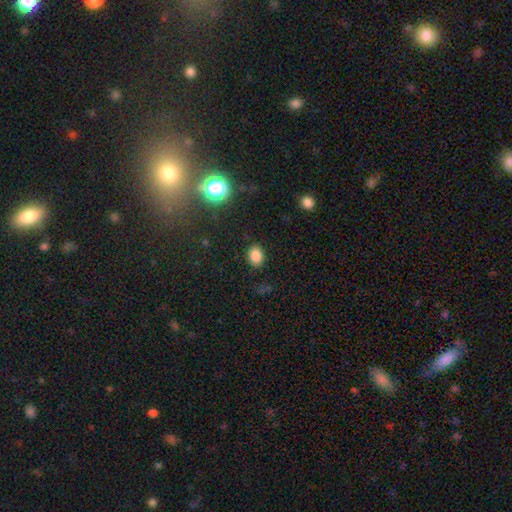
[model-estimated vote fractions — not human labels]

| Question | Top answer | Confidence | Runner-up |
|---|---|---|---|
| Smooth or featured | smooth | 83% | star or artifact (12%) |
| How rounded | in between | 58% | round (41%) |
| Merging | none | 86% | minor disturbance (10%) |